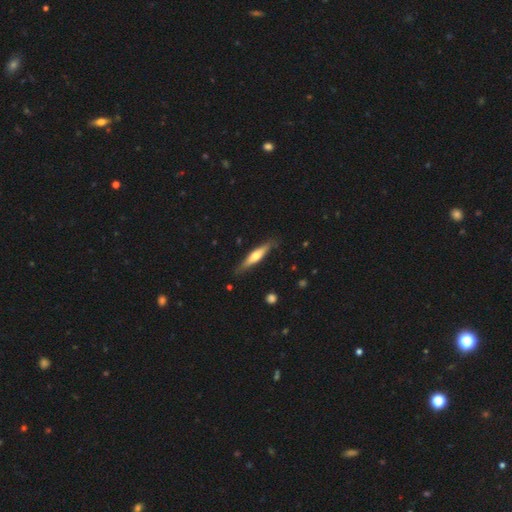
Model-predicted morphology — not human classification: Smooth or featured: featured or disk — 48% (smooth — 47%)
Merging: none — 84% (minor disturbance — 12%)